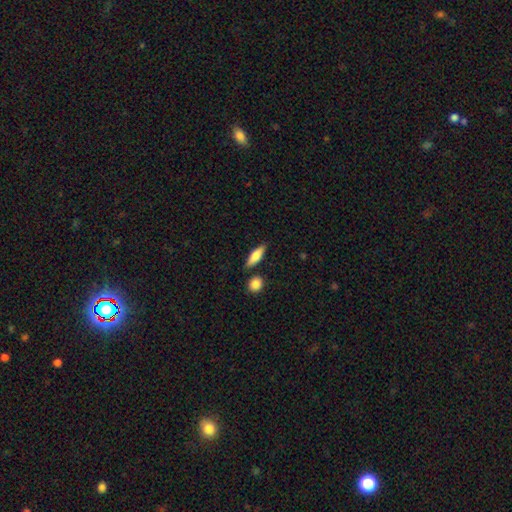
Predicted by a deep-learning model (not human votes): Smooth or featured: smooth — 68% (featured or disk — 26%)
How rounded: cigar-shaped — 50% (in between — 47%)
Merging: none — 82% (minor disturbance — 10%)